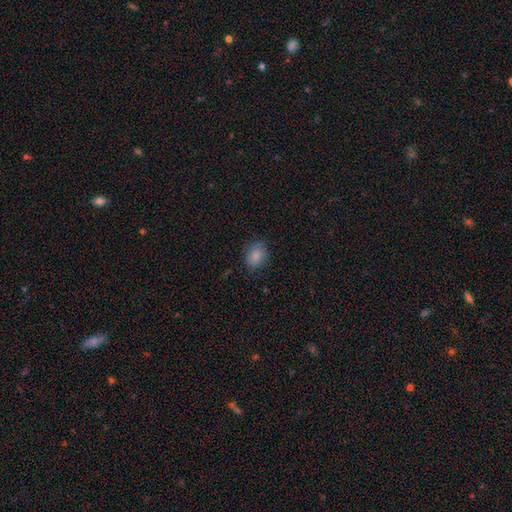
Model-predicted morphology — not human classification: Q: Smooth or featured?
A: smooth (84%); runner-up: star or artifact (9%)
Q: How rounded?
A: in between (55%); runner-up: round (44%)
Q: Merging?
A: none (78%); runner-up: minor disturbance (17%)